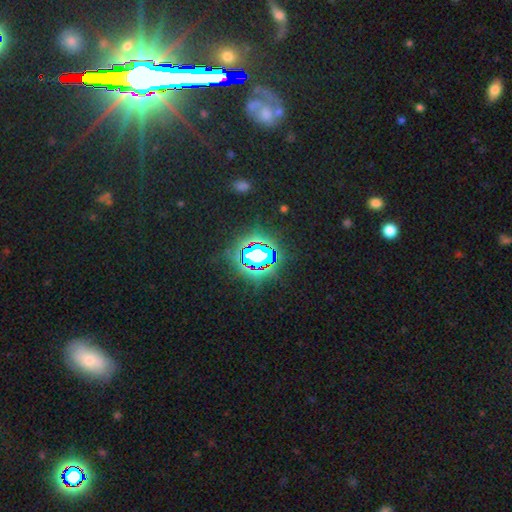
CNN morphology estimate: smooth_or_featured: star or artifact (p=0.76) [alt: smooth p=0.14]